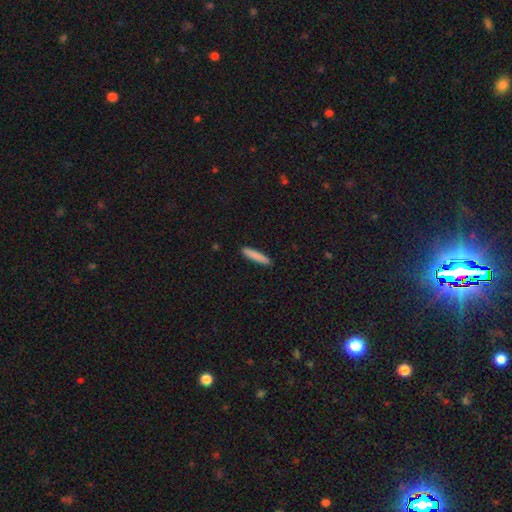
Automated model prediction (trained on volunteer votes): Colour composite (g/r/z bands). It shows a smooth galaxy with no disk features (86%) that is cigar-shaped (91%). Merging: none (91%).